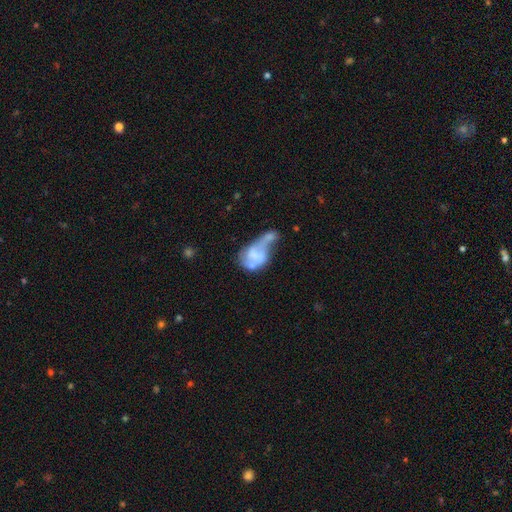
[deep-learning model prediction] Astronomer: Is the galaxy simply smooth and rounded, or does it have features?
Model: featured or disk — 53% (runner-up: smooth, 38%).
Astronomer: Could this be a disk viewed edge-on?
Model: no — 97%.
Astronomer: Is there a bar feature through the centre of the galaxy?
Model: no — 78%.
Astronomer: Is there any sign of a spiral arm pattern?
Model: no — 71%.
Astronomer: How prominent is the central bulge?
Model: none — 61%.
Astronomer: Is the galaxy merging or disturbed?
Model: major disturbance — 38% (runner-up: merger, 31%).